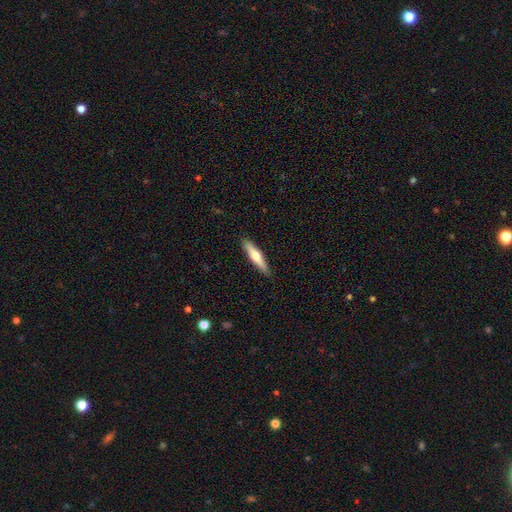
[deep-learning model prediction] Smooth or featured? Predicted: smooth (p=0.50). How rounded? Predicted: cigar-shaped (p=0.83). Merging? Predicted: none (p=0.90).